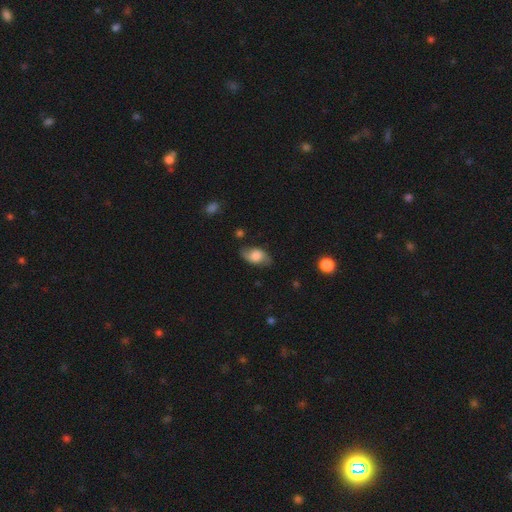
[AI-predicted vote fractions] Smooth or featured: smooth — 50% (featured or disk — 42%)
How rounded: in between — 88% (round — 10%)
Merging: none — 73% (minor disturbance — 19%)